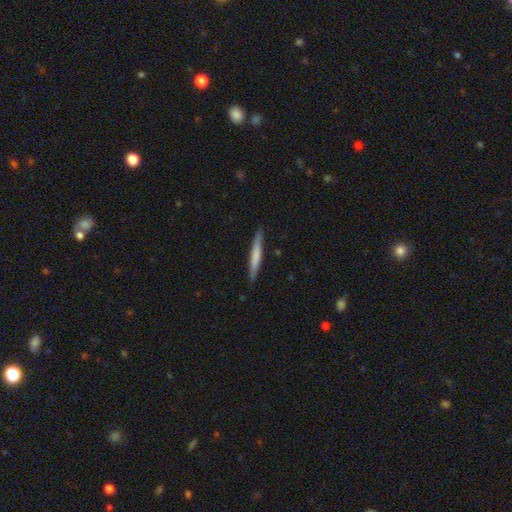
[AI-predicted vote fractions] Smooth or featured? smooth (62%)
How rounded? cigar-shaped (96%)
Merging? none (88%)